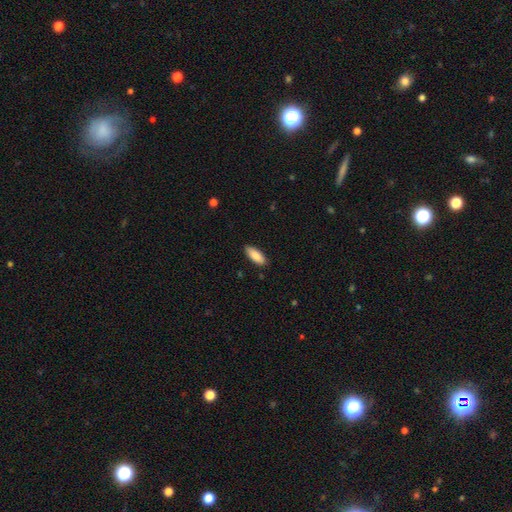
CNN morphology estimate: A smooth galaxy with no disk features (89%) that is in between round and cigar-shaped (76%).

Vote fractions:
- Smooth or featured? smooth: 89% / star or artifact: 6% / featured or disk: 6%
- How rounded? in between: 76% / cigar-shaped: 22% / round: 2%
- Merging? none: 88% / minor disturbance: 9% / major disturbance: 2% / merger: 1%